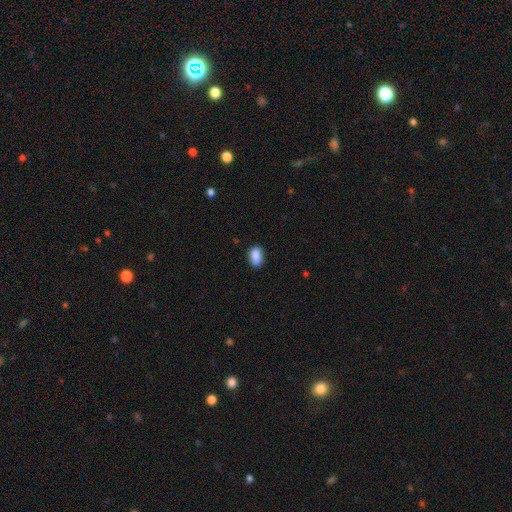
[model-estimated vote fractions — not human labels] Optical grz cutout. It shows a smooth galaxy with no disk features (89%) that is in between round and cigar-shaped (91%). Merging: none (83%).